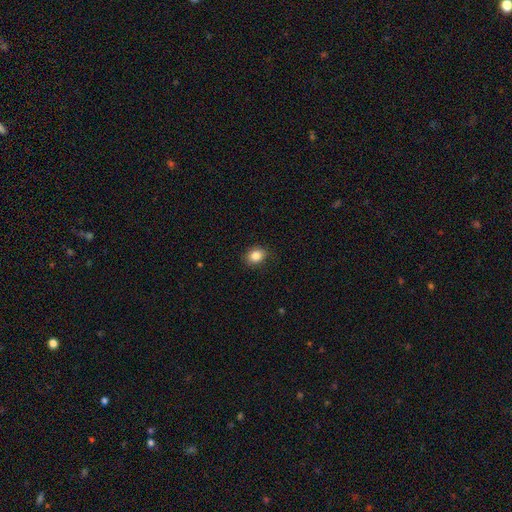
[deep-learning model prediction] Smooth or featured?
  - smooth: 86% *
  - star or artifact: 9%
  - featured or disk: 4%
How rounded?
  - in between: 52% *
  - round: 47%
  - cigar-shaped: 1%
Merging?
  - none: 84% *
  - minor disturbance: 12%
  - major disturbance: 3%
  - merger: 1%